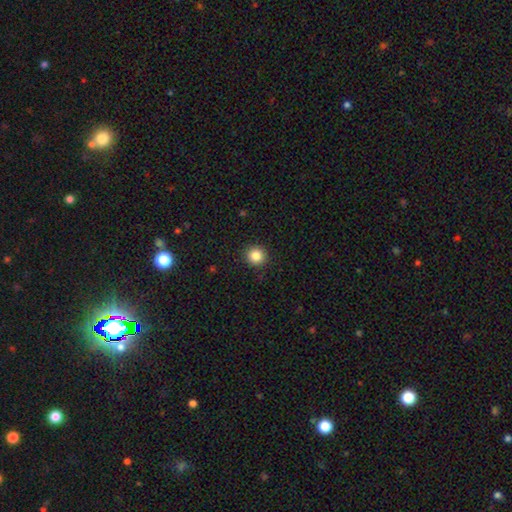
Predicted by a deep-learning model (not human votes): smooth_or_featured: smooth (p=0.85) [alt: star or artifact p=0.11]
how_rounded: round (p=0.94) [alt: in between p=0.05]
merging: none (p=0.92) [alt: minor disturbance p=0.05]